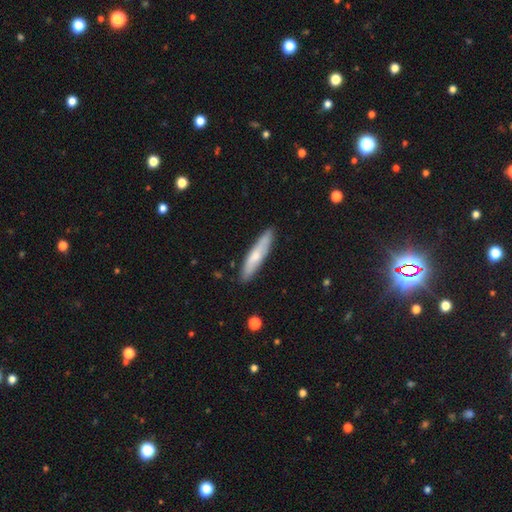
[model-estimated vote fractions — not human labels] The model was most divided on "smooth or featured": smooth: 62%, featured or disk: 32%, star or artifact: 6%. More confident: merging — none (87%); how rounded — cigar-shaped (87%).